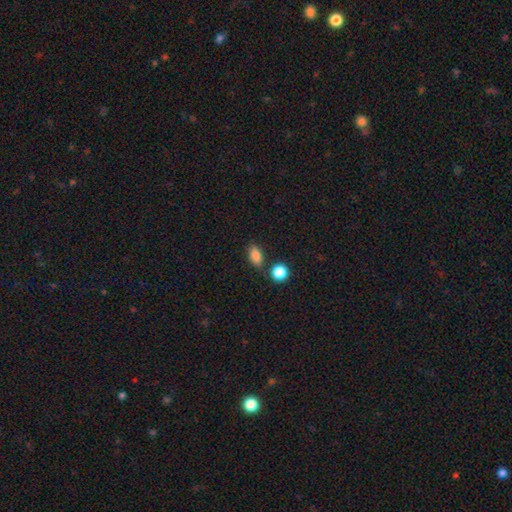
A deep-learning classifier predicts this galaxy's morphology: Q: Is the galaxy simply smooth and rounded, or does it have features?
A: smooth — 82%.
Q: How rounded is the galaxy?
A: in between — 82%.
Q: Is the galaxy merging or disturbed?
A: none — 78%.